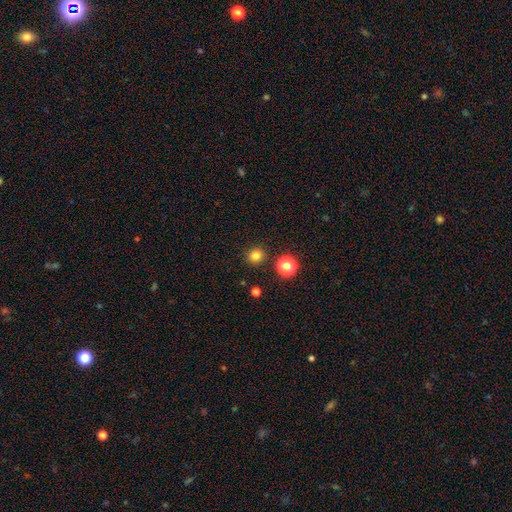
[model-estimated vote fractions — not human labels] smooth 80%, star or artifact 15%, featured or disk 5%. Down the decision tree: how rounded — round (91%); merging — none (89%).